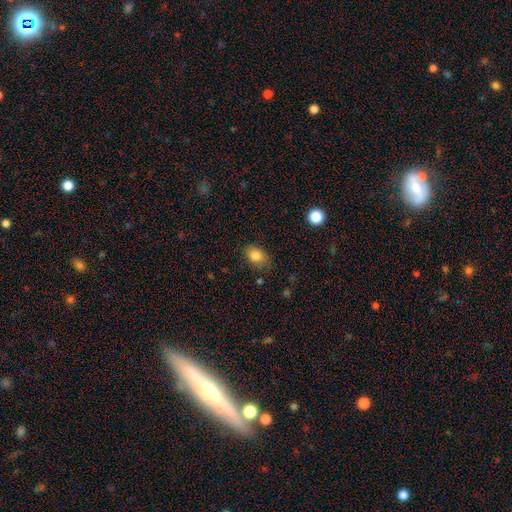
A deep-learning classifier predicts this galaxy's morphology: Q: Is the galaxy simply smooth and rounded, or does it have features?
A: smooth — 84%.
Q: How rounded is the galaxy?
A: in between — 81%.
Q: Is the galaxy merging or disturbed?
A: none — 76%.